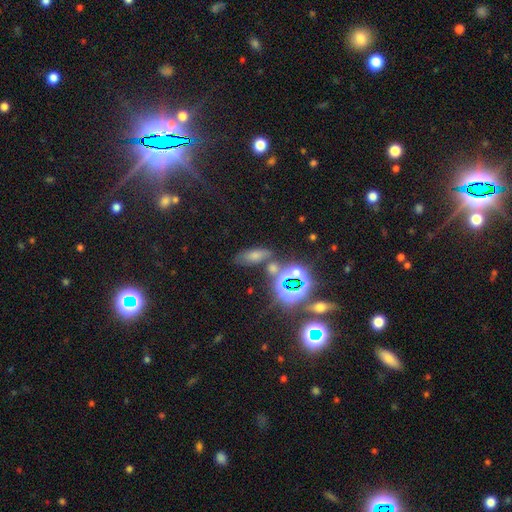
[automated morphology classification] A star or artifact, not a galaxy (46%).